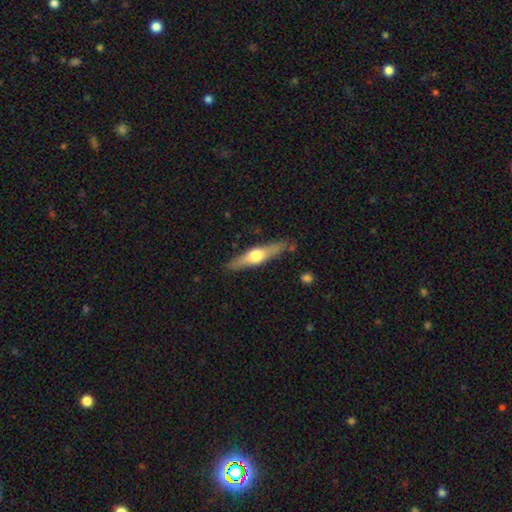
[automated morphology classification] type=featured or disk (57%); edge-on=yes (94%); edge-on bulge=rounded (94%); merging=none (83%).